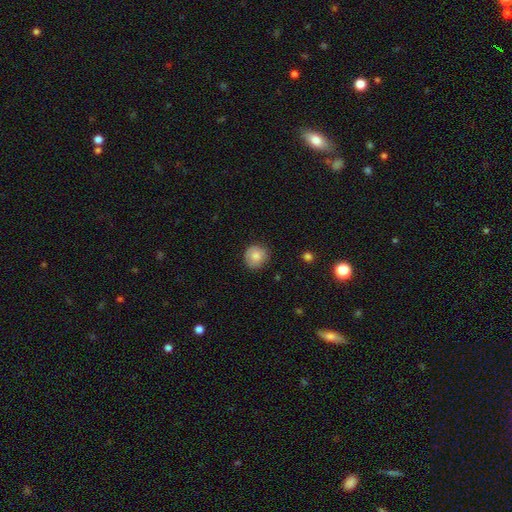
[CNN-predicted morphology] A smooth galaxy with no disk features (79%) that is round (87%). Merging: none (80%).